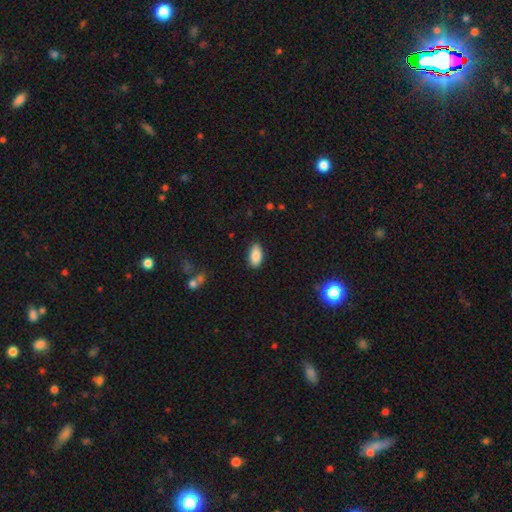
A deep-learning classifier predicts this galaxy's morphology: smooth 87%, star or artifact 8%, featured or disk 5%. Down the decision tree: how rounded — in between (93%); merging — none (87%).